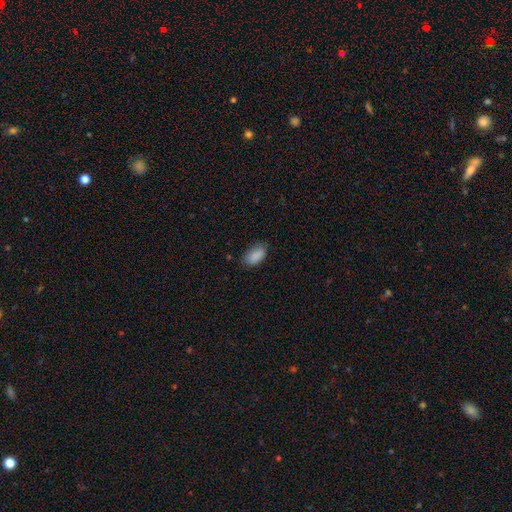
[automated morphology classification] The model was most divided on "merging": none: 72%, minor disturbance: 22%, major disturbance: 4%, merger: 1%. More confident: how rounded — in between (93%); smooth or featured — smooth (88%).